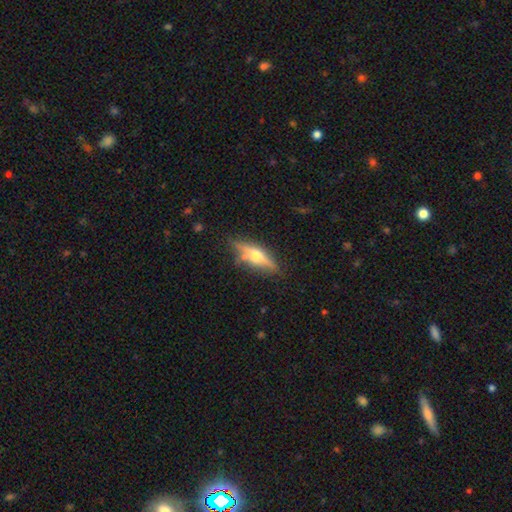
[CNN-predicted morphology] featured or disk 61%, smooth 32%, star or artifact 7%. Down the decision tree: edge-on disk — yes (92%); edge-on bulge — rounded (95%); merging — none (78%).